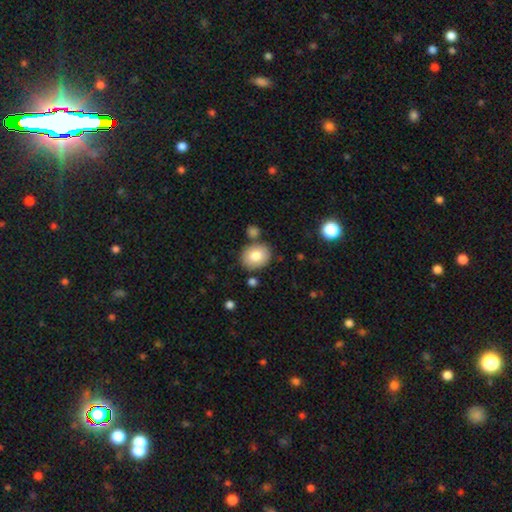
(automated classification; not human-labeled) smooth_or_featured: smooth (p=0.79) [alt: featured or disk p=0.13]
how_rounded: round (p=0.57) [alt: in between p=0.42]
merging: none (p=0.78) [alt: minor disturbance p=0.11]